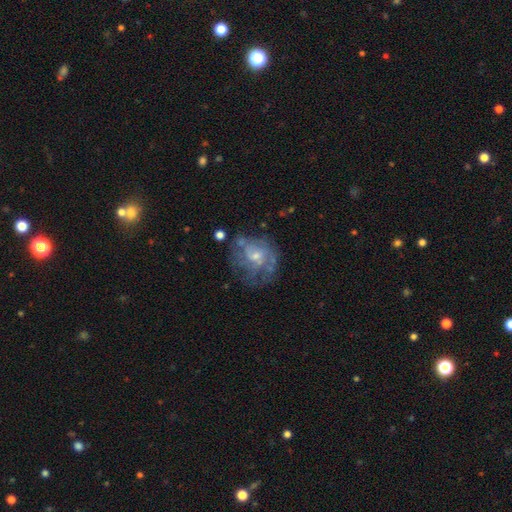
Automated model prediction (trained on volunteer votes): Smooth or featured? featured or disk (65%)
Edge-on disk? no (97%)
Bar? no (72%)
Spiral arms? yes (61%)
Bulge size? small (56%)
Merging? none (56%)